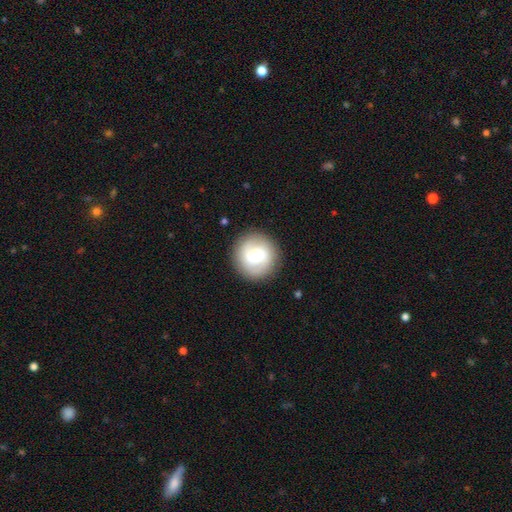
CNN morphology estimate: smooth_or_featured: smooth (p=0.48) [alt: featured or disk p=0.45]
merging: none (p=0.86) [alt: minor disturbance p=0.09]